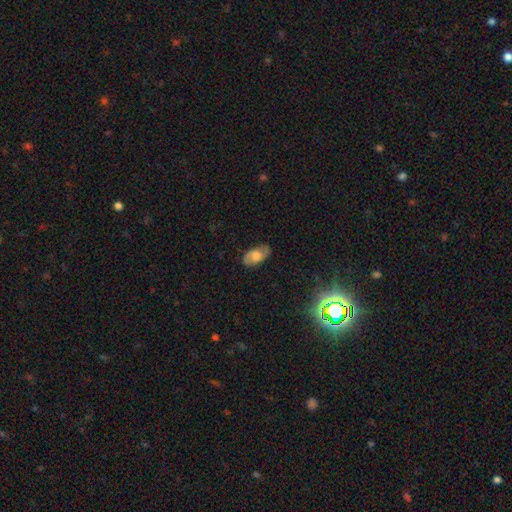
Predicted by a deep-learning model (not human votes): Q: Smooth or featured?
A: smooth (46%); runner-up: featured or disk (45%)
Q: Merging?
A: none (78%); runner-up: minor disturbance (17%)